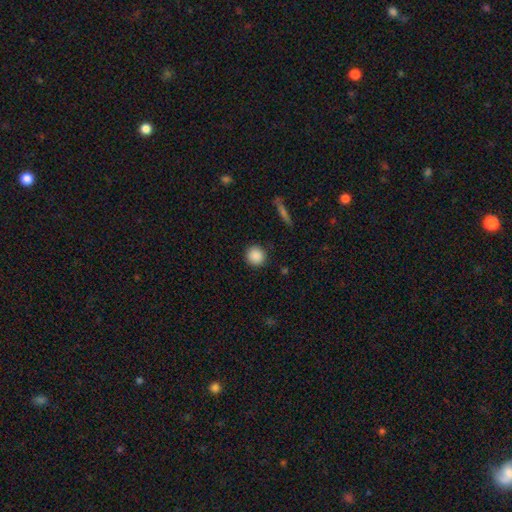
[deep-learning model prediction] A smooth galaxy with no disk features (88%) that is round (93%).

Vote fractions:
- Smooth or featured? smooth: 88% / star or artifact: 8% / featured or disk: 3%
- How rounded? round: 93% / in between: 6% / cigar-shaped: 1%
- Merging? none: 91% / minor disturbance: 6% / major disturbance: 2% / merger: 1%